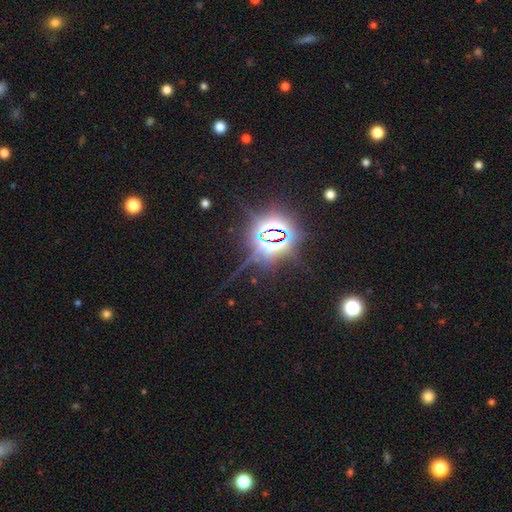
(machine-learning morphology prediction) Overall: star or artifact (84%).